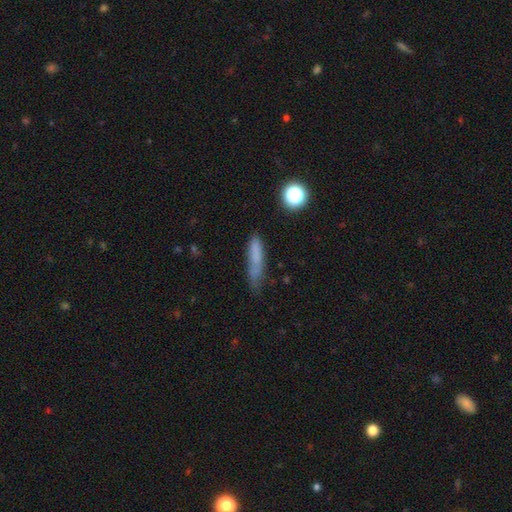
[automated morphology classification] A smooth galaxy with no disk features (71%) that is cigar-shaped (76%).

Vote fractions:
- Smooth or featured? smooth: 71% / featured or disk: 17% / star or artifact: 12%
- How rounded? cigar-shaped: 76% / in between: 21% / round: 3%
- Merging? none: 52% / minor disturbance: 31% / major disturbance: 12% / merger: 4%